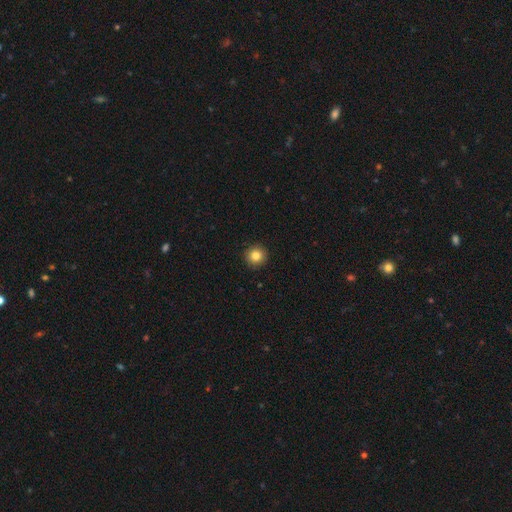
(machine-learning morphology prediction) A smooth galaxy with no disk features (84%) that is round (95%). Merging: none (93%).